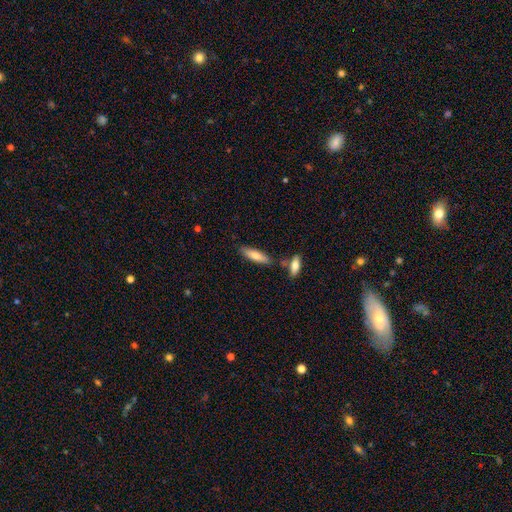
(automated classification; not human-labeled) Q: Smooth or featured?
A: smooth (73%); runner-up: featured or disk (21%)
Q: How rounded?
A: cigar-shaped (64%); runner-up: in between (34%)
Q: Merging?
A: none (76%); runner-up: minor disturbance (13%)